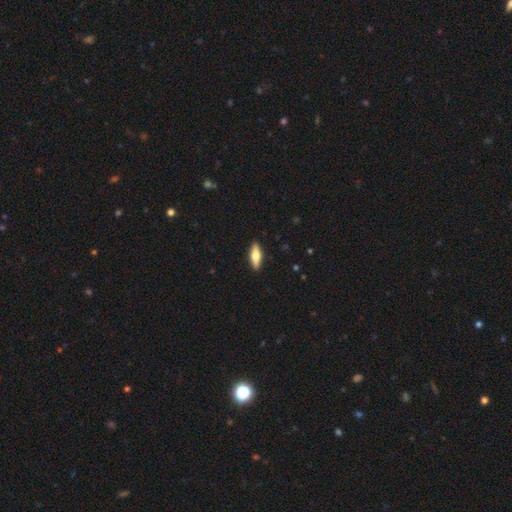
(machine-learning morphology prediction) smooth-or-featured: smooth: 58% | featured or disk: 37% | star or artifact: 6%
  how-rounded: in between: 50% | cigar-shaped: 48% | round: 2%
  merging: none: 91% | minor disturbance: 7% | major disturbance: 1% | merger: 1%